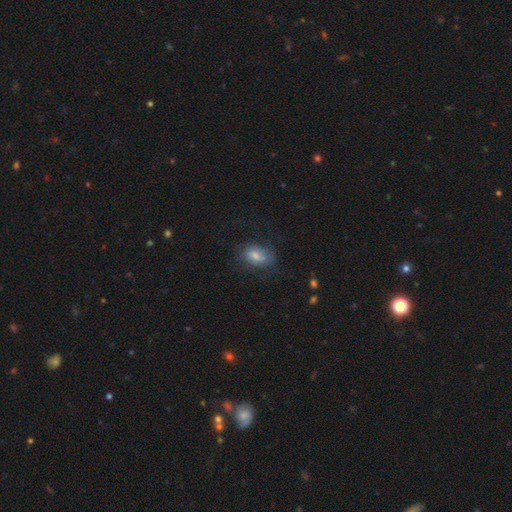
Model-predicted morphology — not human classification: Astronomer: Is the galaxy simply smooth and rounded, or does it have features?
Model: smooth — 54% (runner-up: featured or disk, 33%).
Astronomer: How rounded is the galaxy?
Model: in between — 85%.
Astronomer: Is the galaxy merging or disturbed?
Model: none — 65%.